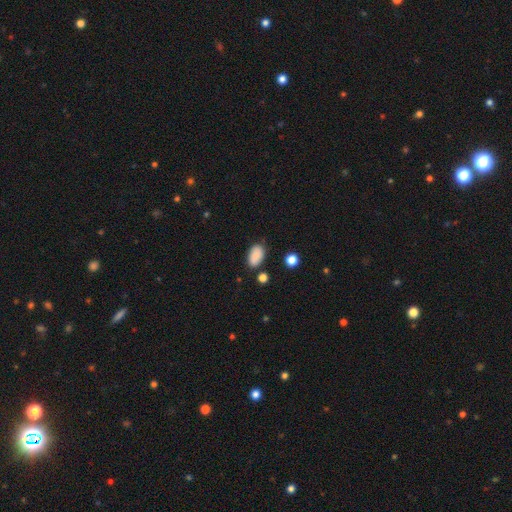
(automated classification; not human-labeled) smooth 83%, star or artifact 9%, featured or disk 8%. Down the decision tree: how rounded — in between (92%); merging — none (76%).